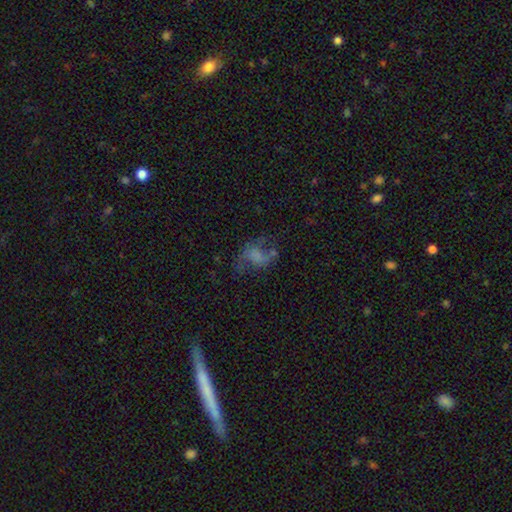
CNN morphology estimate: Q: Smooth or featured?
A: featured or disk (49%); runner-up: smooth (36%)
Q: Merging?
A: none (41%); runner-up: major disturbance (32%)